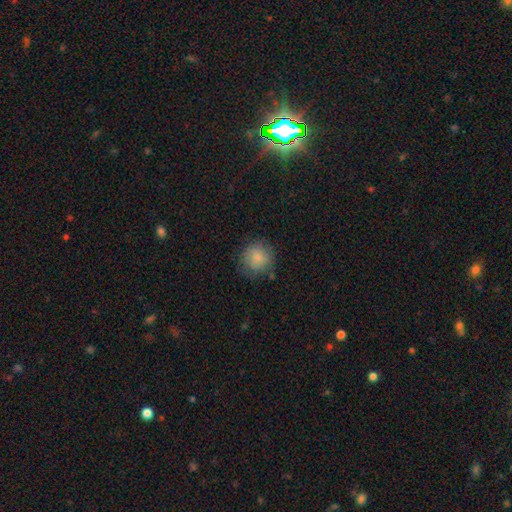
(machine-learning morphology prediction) This is clearly a smooth galaxy (80%). How rounded: clearly round (89%). Merging: likely none (76%).